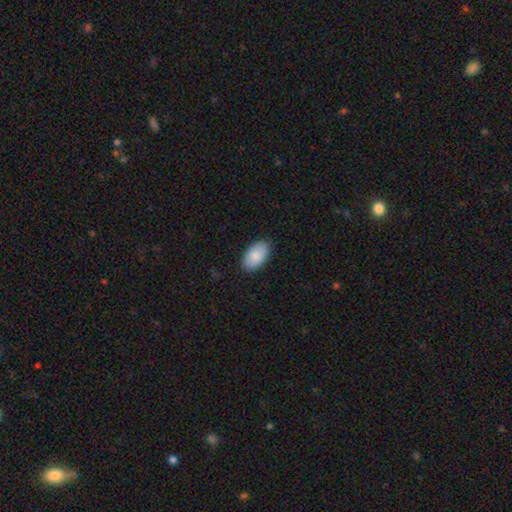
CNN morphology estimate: type=smooth (86%); roundness=in between (95%); merging=none (86%).